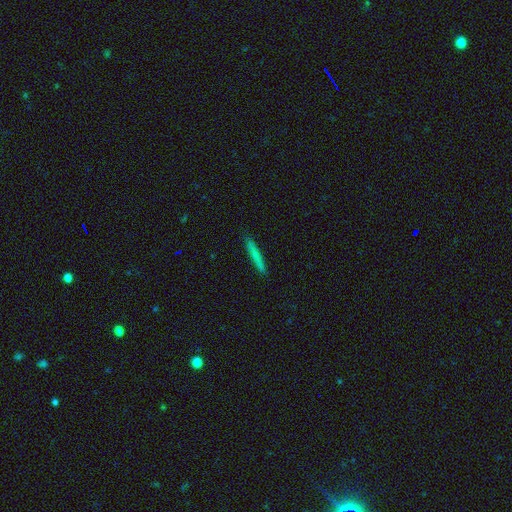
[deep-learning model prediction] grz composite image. It shows a smooth galaxy with no disk features (71%) that is cigar-shaped (96%). Merging: none (90%).